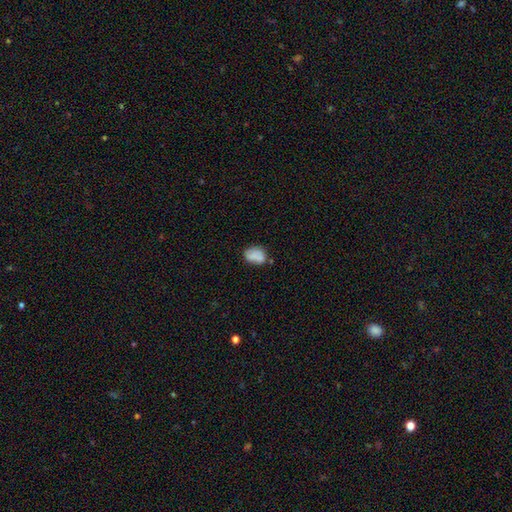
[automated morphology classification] The model was most divided on "merging": none: 57%, minor disturbance: 25%, merger: 11%, major disturbance: 7%. More confident: smooth or featured — smooth (72%); how rounded — in between (68%).